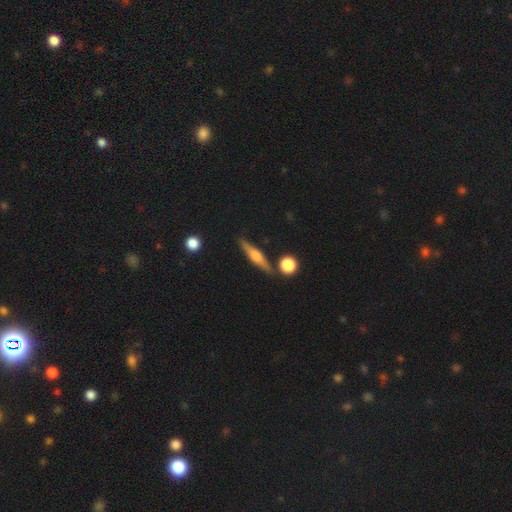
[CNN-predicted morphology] type=featured or disk (65%); edge-on=yes (96%); edge-on bulge=rounded (86%); merging=none (85%).